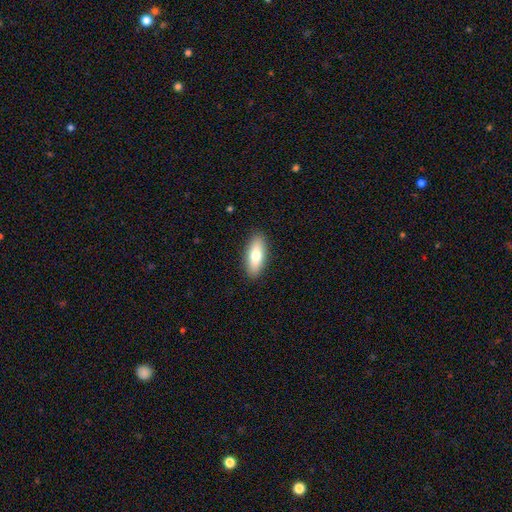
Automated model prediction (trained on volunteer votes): Smooth or featured? smooth (73%)
How rounded? in between (72%)
Merging? none (89%)